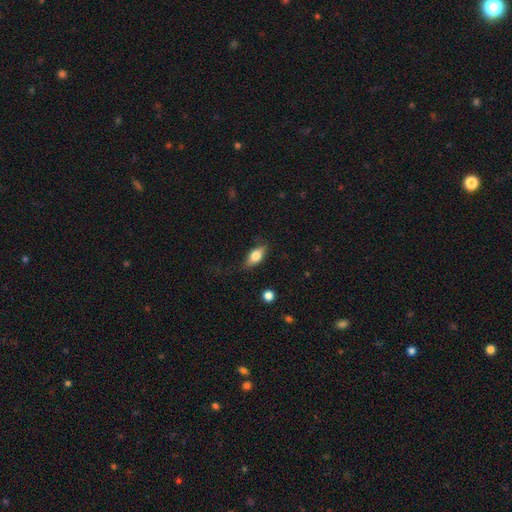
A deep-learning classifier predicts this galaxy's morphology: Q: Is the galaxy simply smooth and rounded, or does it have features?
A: smooth — 68%.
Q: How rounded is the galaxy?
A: in between — 79%.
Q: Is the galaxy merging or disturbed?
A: none — 74%.